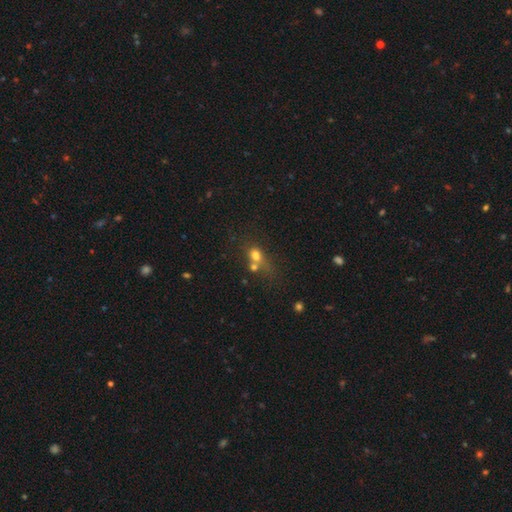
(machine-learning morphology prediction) The model was most divided on "merging": merger: 47%, none: 33%, minor disturbance: 11%, major disturbance: 9%. More confident: smooth or featured — smooth (69%); how rounded — round (60%).